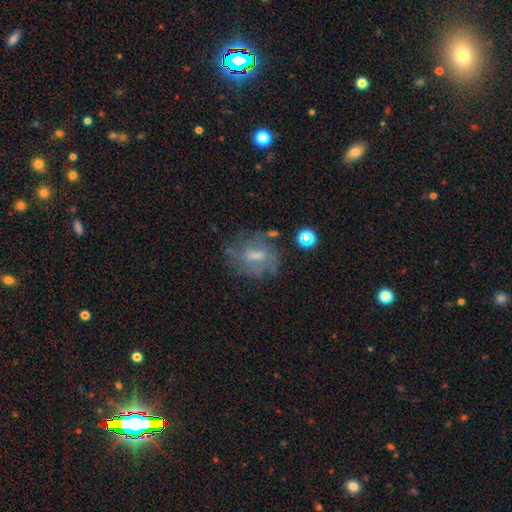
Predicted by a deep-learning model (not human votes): smooth-or-featured: featured or disk: 54% | smooth: 32% | star or artifact: 13%
  disk-edge-on: no: 95% | yes: 5%
    bar: weak: 52% | no: 37% | strong: 11%
    has-spiral-arms: yes: 56% | no: 44%
    bulge-size: moderate: 41% | small: 37% | none: 17% | large: 4% | dominant: 1%
  merging: none: 58% | minor disturbance: 22% | major disturbance: 16% | merger: 4%